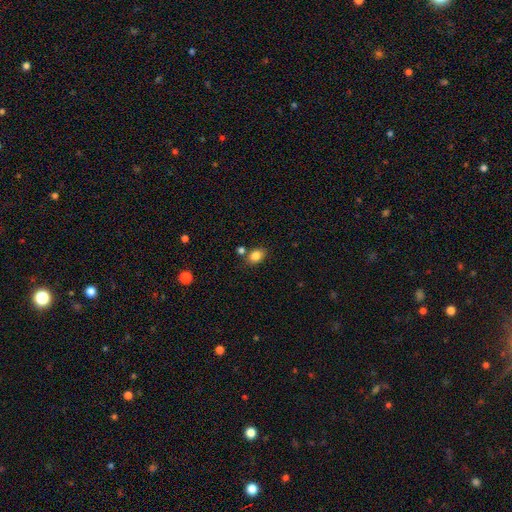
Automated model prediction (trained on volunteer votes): smooth 83%, star or artifact 10%, featured or disk 7%. Down the decision tree: how rounded — in between (69%); merging — none (72%).